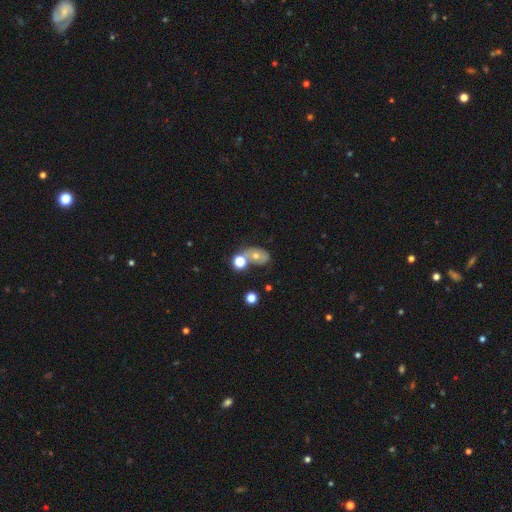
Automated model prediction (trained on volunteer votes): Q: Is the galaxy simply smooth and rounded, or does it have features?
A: smooth — 50%.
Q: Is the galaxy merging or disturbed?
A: none — 42%.